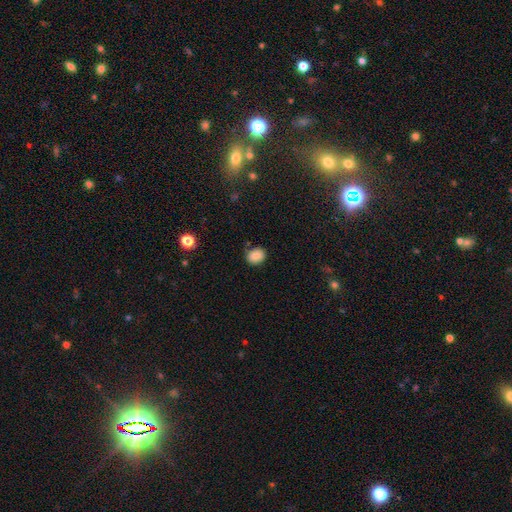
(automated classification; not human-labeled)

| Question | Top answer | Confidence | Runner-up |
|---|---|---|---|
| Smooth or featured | smooth | 87% | star or artifact (9%) |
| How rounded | round | 55% | in between (44%) |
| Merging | none | 82% | minor disturbance (13%) |